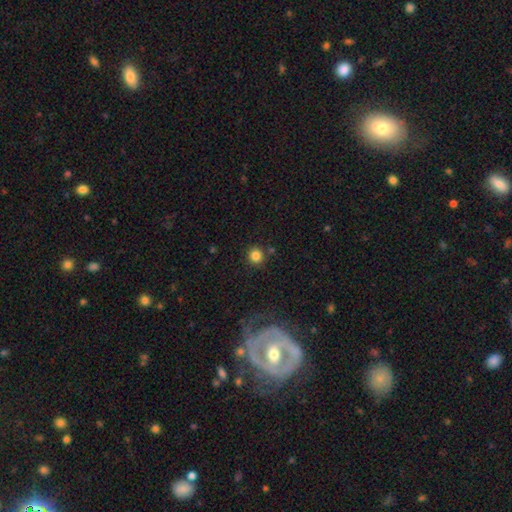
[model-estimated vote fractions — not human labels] smooth_or_featured: smooth (p=0.83) [alt: star or artifact p=0.11]
how_rounded: round (p=0.92) [alt: in between p=0.07]
merging: none (p=0.84) [alt: minor disturbance p=0.08]